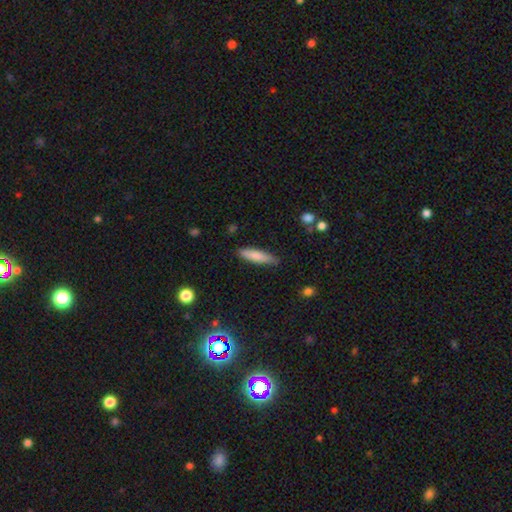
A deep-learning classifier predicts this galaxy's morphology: The model was most divided on "how rounded": cigar-shaped: 77%, in between: 22%, round: 1%. More confident: merging — none (85%); smooth or featured — smooth (79%).